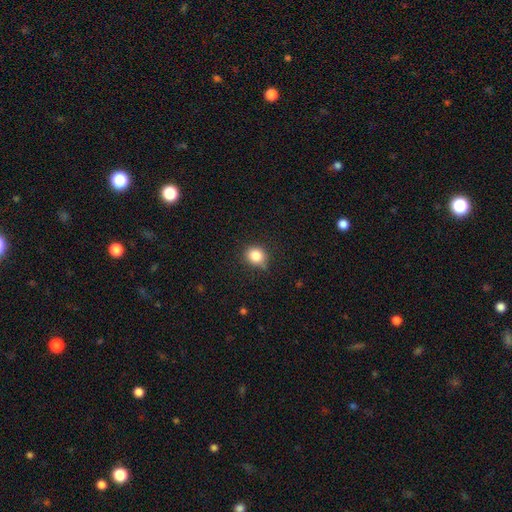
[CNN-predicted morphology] Overall: smooth (84%). How rounded: round (77%). Merging: none (74%).